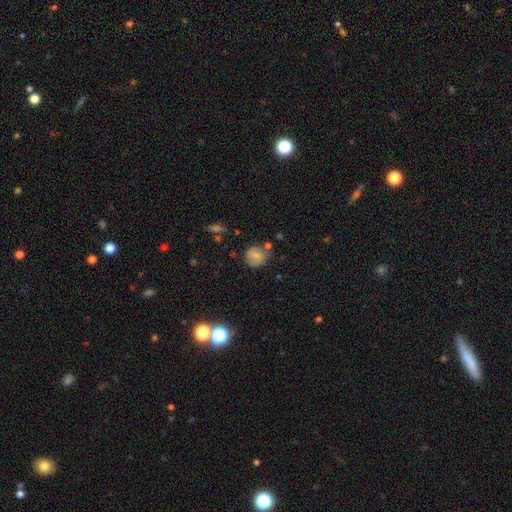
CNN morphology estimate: Smooth or featured: smooth — 67% (featured or disk — 22%)
How rounded: round — 81% (in between — 18%)
Merging: none — 69% (minor disturbance — 19%)